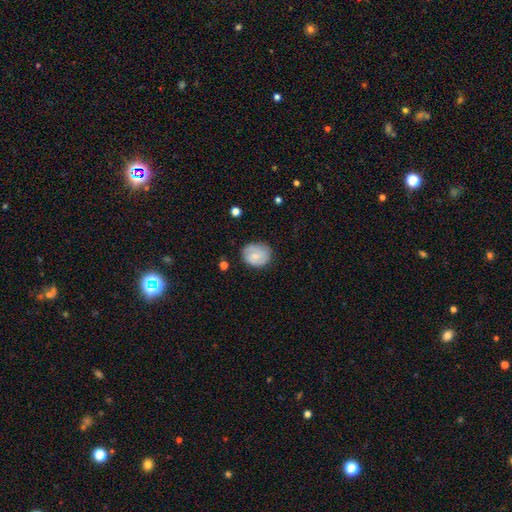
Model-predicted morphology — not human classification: A smooth galaxy with no disk features (62%) that is round (63%). Merging: none (71%).